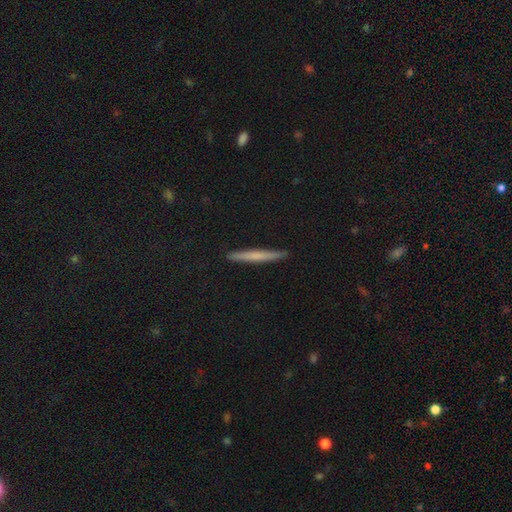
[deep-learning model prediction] Q: Smooth or featured?
A: smooth (56%); runner-up: featured or disk (38%)
Q: How rounded?
A: cigar-shaped (96%); runner-up: in between (2%)
Q: Merging?
A: none (91%); runner-up: minor disturbance (6%)